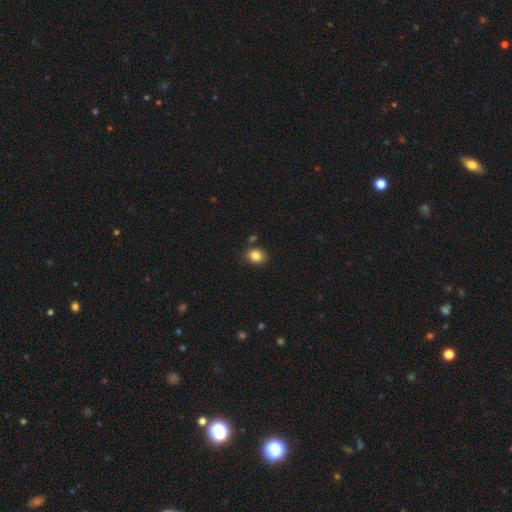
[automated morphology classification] Smooth or featured? smooth (84%)
How rounded? round (51%)
Merging? none (81%)